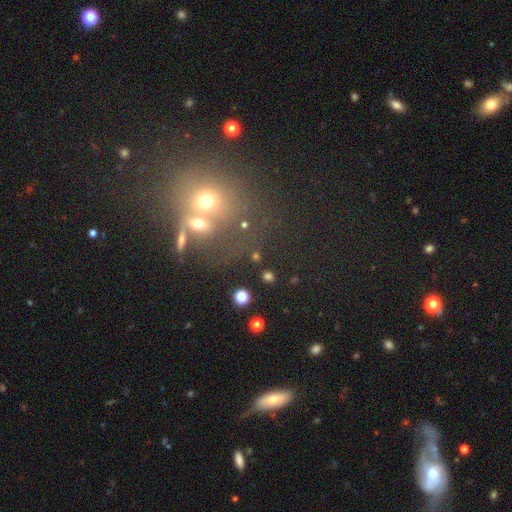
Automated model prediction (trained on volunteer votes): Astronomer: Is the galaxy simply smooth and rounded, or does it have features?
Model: smooth — 54%.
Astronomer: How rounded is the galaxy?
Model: round — 66%.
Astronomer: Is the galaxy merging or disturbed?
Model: none — 48% (runner-up: merger, 31%).